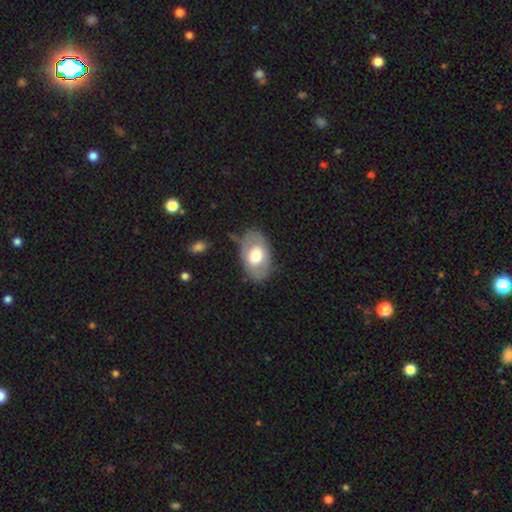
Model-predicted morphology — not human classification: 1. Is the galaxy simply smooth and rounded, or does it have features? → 56% smooth, 38% featured or disk, 6% star or artifact.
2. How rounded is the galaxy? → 88% in between, 11% round, 1% cigar-shaped.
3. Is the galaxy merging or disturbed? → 74% none, 18% minor disturbance, 6% major disturbance, 3% merger.